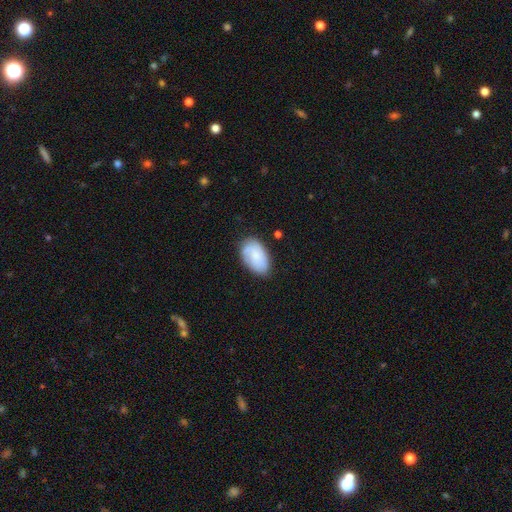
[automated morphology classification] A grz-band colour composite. It shows a smooth galaxy with no disk features (70%) that is in between round and cigar-shaped (93%). Merging: none (71%).